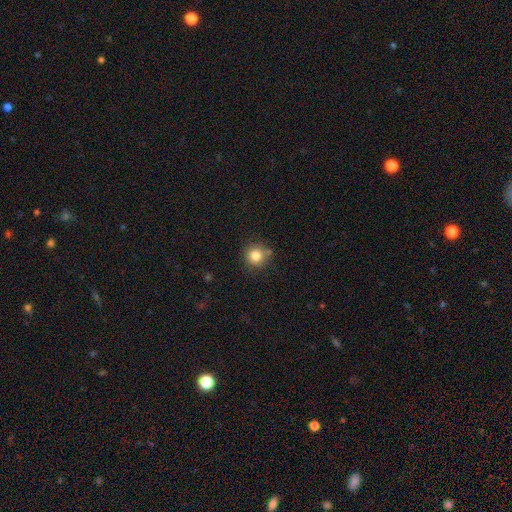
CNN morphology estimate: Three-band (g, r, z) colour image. It shows a smooth galaxy with no disk features (82%) that is round (93%). Merging: none (78%).